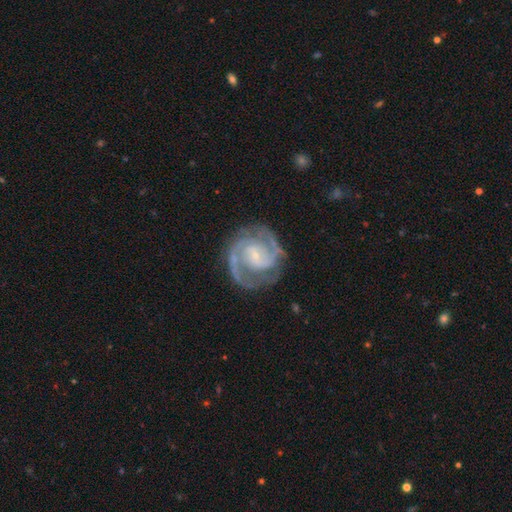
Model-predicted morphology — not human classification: type=featured or disk (91%); edge-on=no (98%); bar=no (45%); spiral arms=yes (98%); winding=tight (48%); arm count=2 (74%); bulge=small (81%); merging=none (77%).